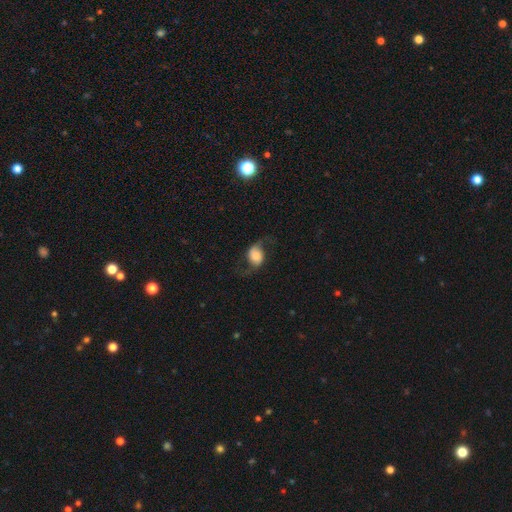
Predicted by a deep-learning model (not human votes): smooth_or_featured: featured or disk (p=0.59) [alt: smooth p=0.32]
disk_edge_on: no (p=0.96) [alt: yes p=0.04]
bar: no (p=0.65) [alt: weak p=0.27]
has_spiral_arms: yes (p=0.91) [alt: no p=0.09]
spiral_winding: loose (p=0.80) [alt: medium p=0.16]
spiral_arm_count: 2 (p=0.91) [alt: 1 p=0.04]
bulge_size: moderate (p=0.31) [alt: large p=0.25]
merging: none (p=0.63) [alt: minor disturbance p=0.18]